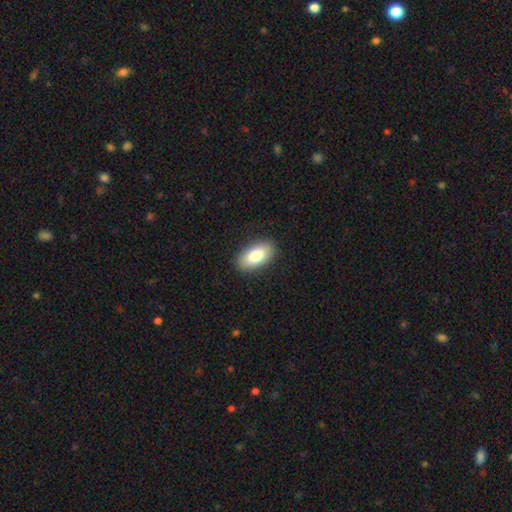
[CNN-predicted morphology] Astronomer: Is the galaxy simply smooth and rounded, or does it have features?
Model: smooth — 85%.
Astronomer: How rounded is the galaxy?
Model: in between — 94%.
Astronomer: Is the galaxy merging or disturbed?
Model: none — 88%.